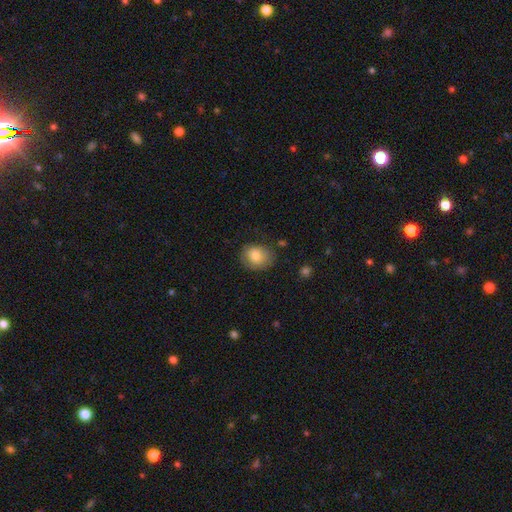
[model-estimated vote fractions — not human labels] Morphology: type=smooth (77%); roundness=round (54%); merging=none (72%).